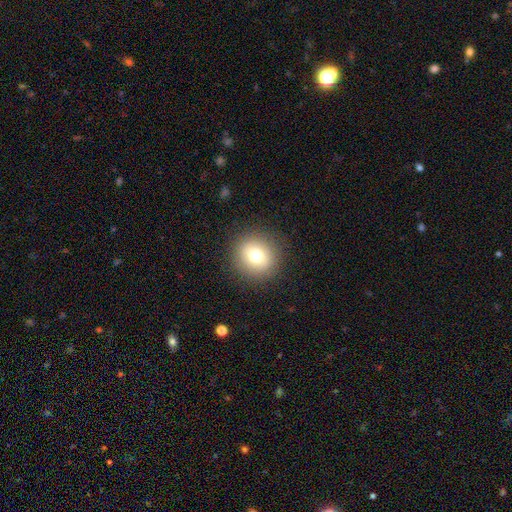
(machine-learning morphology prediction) This appears to be a smooth galaxy with no disk features (75%) that is round (92%). Merging: none (90%).